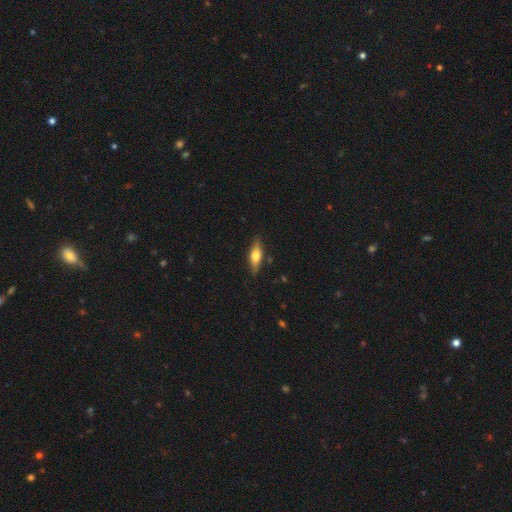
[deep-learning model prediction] Morphology: type=smooth (60%); roundness=in between (57%); merging=none (83%).